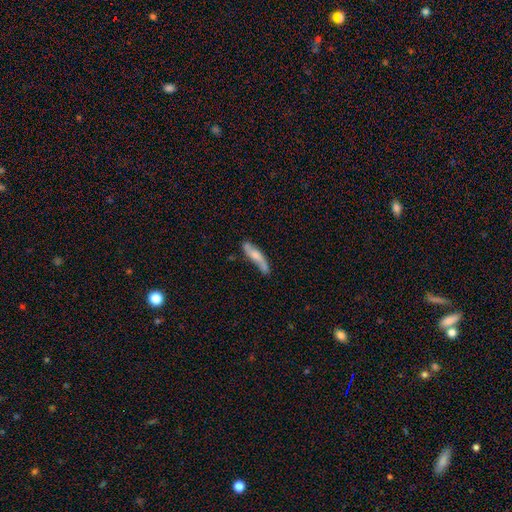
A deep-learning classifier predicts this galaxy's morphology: smooth 50%, featured or disk 44%, star or artifact 6%. Down the decision tree: merging — none (63%).